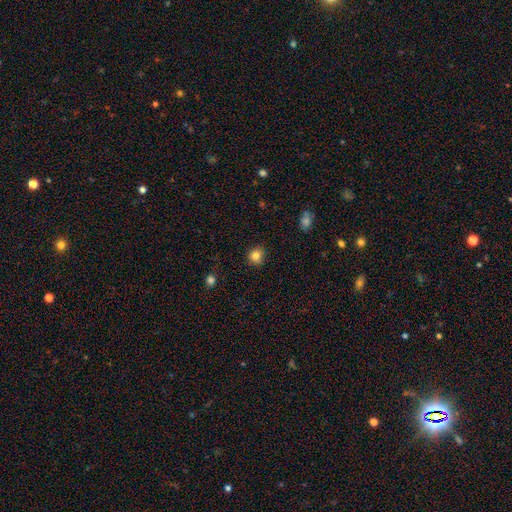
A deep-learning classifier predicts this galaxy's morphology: The model was most divided on "smooth or featured": smooth: 83%, star or artifact: 11%, featured or disk: 6%. More confident: how rounded — round (87%); merging — none (86%).